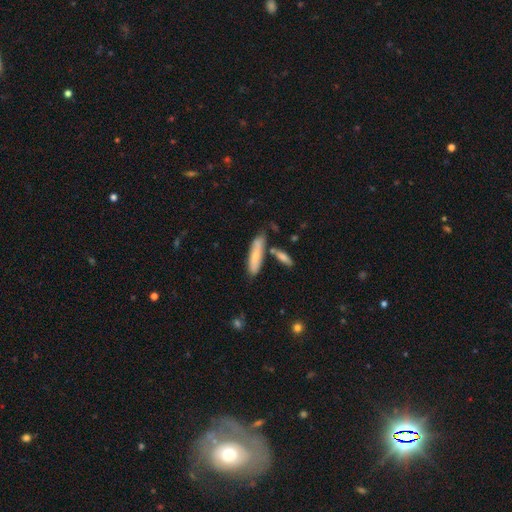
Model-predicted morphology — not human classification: Overall: smooth (67%; featured or disk 27%). How rounded: cigar-shaped (73%). Merging: none (68%).